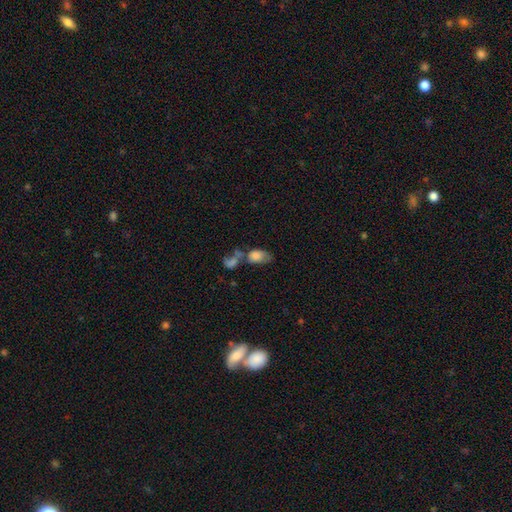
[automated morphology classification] Q: Smooth or featured?
A: smooth (73%); runner-up: featured or disk (18%)
Q: How rounded?
A: in between (86%); runner-up: round (11%)
Q: Merging?
A: merger (62%); runner-up: none (17%)